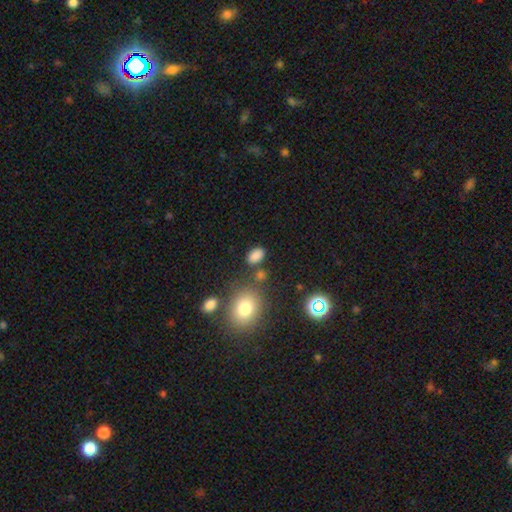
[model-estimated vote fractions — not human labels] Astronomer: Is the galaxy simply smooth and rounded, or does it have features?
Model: smooth — 83%.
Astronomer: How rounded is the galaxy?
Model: in between — 86%.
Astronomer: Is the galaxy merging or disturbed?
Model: none — 74%.